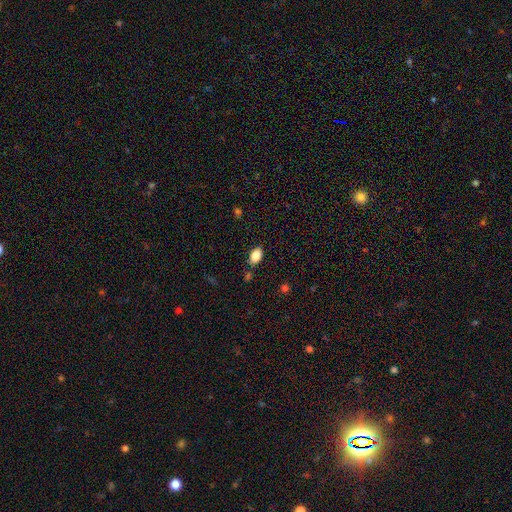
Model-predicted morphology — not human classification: Smooth or featured? smooth (86%)
How rounded? in between (90%)
Merging? none (80%)